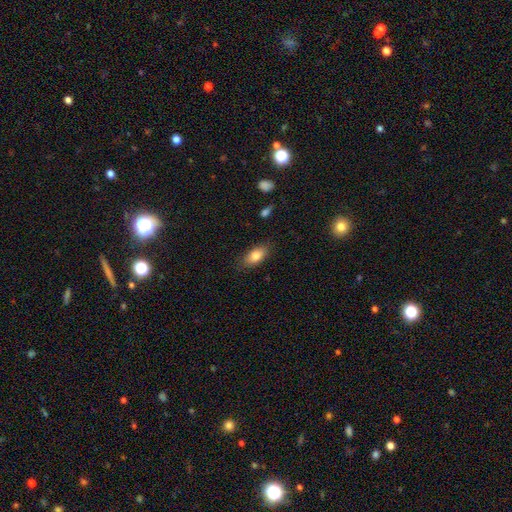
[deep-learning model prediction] A smooth galaxy with no disk features (81%) that is in between round and cigar-shaped (87%). Merging: none (83%).